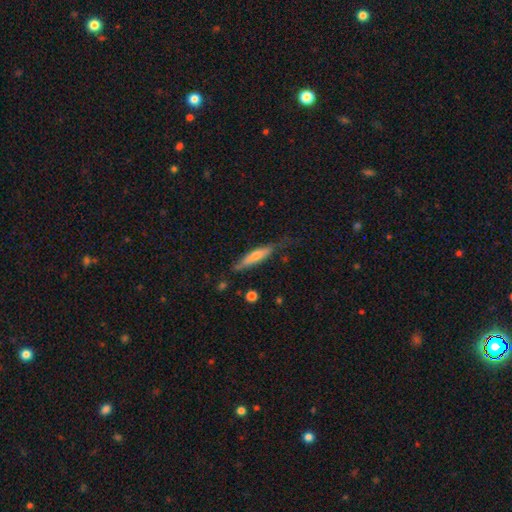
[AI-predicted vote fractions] This appears to be a smooth galaxy with no disk features (51%) that is cigar-shaped (85%). Merging: none (66%).